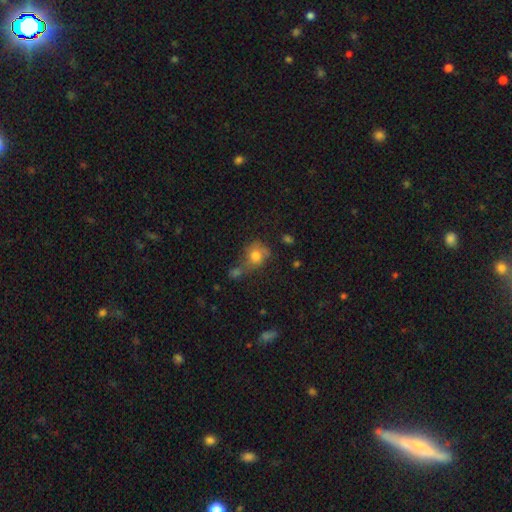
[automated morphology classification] smooth_or_featured: smooth (p=0.75) [alt: featured or disk p=0.14]
how_rounded: round (p=0.68) [alt: in between p=0.31]
merging: none (p=0.40) [alt: merger p=0.28]